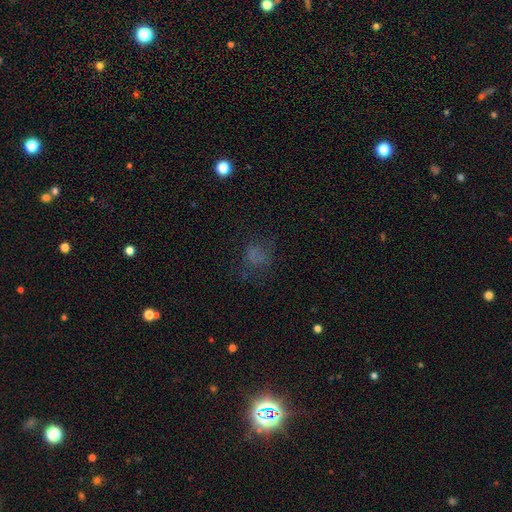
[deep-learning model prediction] This appears to be a smooth galaxy with no disk features (55%) that is round (61%). Merging: none (56%).